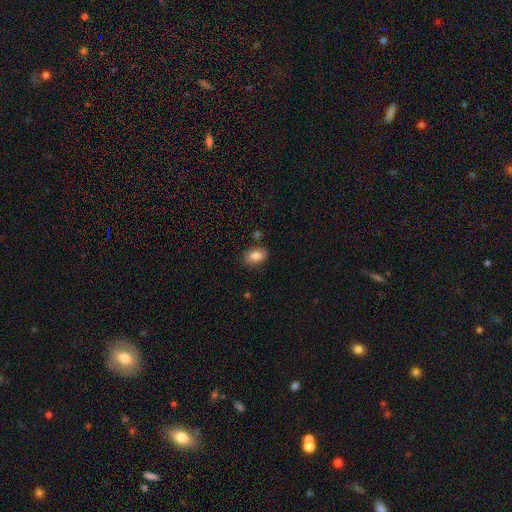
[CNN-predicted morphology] A smooth galaxy with no disk features (84%) that is in between round and cigar-shaped (80%).

Vote fractions:
- Smooth or featured? smooth: 84% / star or artifact: 8% / featured or disk: 8%
- How rounded? in between: 80% / round: 19% / cigar-shaped: 1%
- Merging? none: 82% / minor disturbance: 12% / merger: 4% / major disturbance: 3%